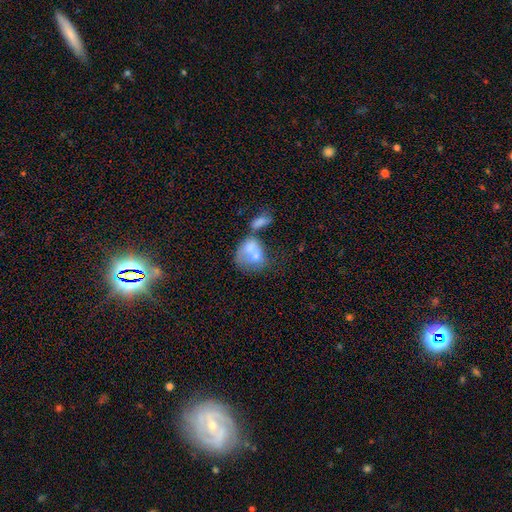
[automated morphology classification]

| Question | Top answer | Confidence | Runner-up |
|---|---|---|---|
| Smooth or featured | smooth | 60% | featured or disk (30%) |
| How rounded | in between | 52% | round (46%) |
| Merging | merger | 60% | none (17%) |